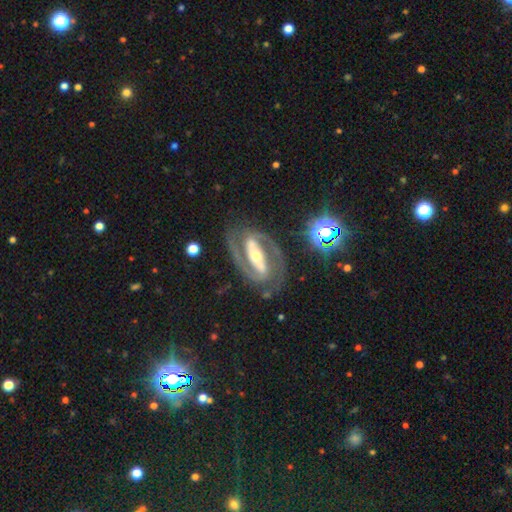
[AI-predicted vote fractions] featured or disk 90%, smooth 5%, star or artifact 5%. Down the decision tree: edge-on disk — no (95%); bar — strong (75%); spiral arms — yes (96%); spiral arm count — 2 (93%); spiral winding — medium (50%); bulge size — moderate (50%); merging — none (81%).